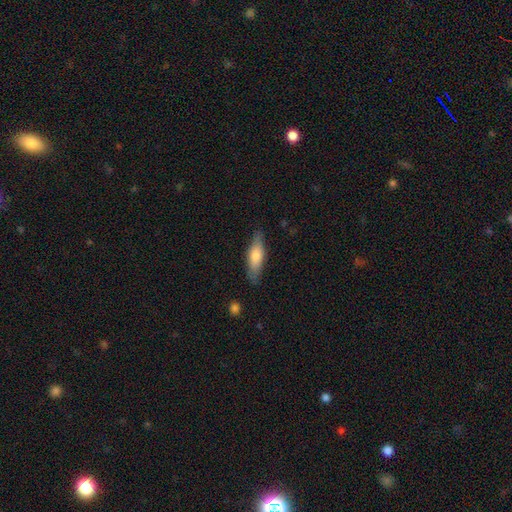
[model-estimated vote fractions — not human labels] Smooth or featured? Predicted: smooth (p=0.68). How rounded? Predicted: cigar-shaped (p=0.50). Merging? Predicted: none (p=0.80).